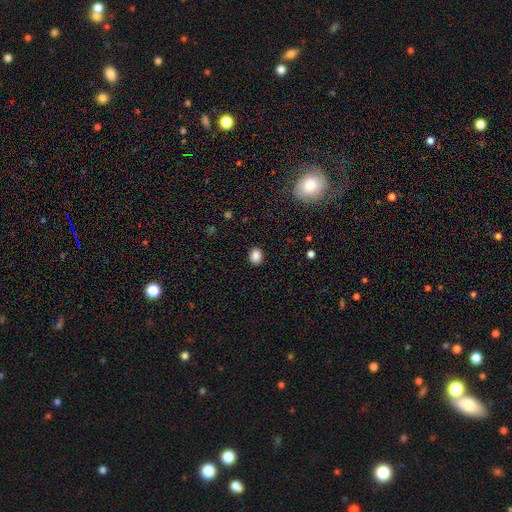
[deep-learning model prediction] A smooth galaxy with no disk features (87%) that is round (53%). Merging: none (90%).